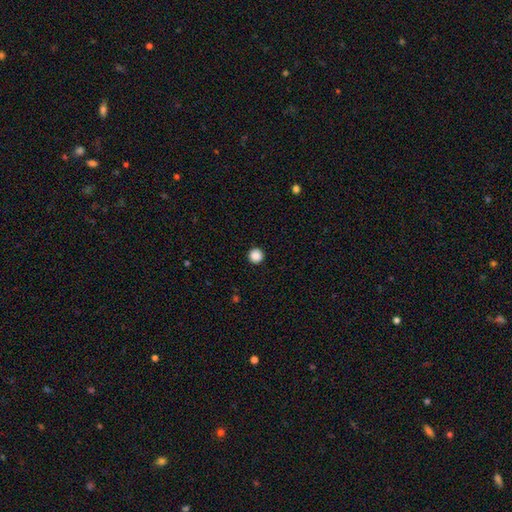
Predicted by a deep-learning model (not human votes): This is clearly a smooth galaxy (87%). How rounded: clearly round (97%). Merging: clearly none (93%).